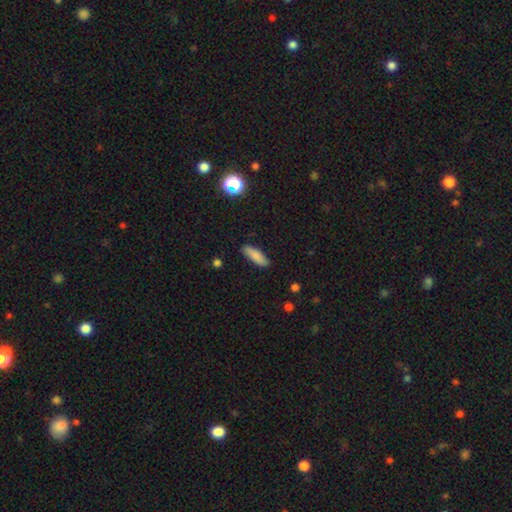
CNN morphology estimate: This appears to be a smooth galaxy with no disk features (84%) that is cigar-shaped (50%). Merging: none (87%).